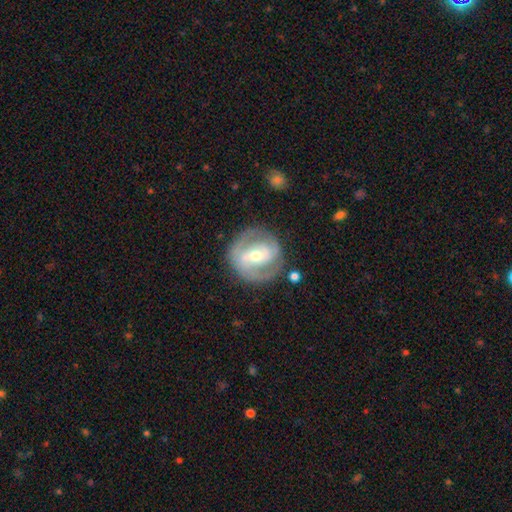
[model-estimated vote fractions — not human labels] smooth_or_featured: featured or disk (p=0.78) [alt: smooth p=0.17]
disk_edge_on: no (p=0.97) [alt: yes p=0.03]
bar: weak (p=0.38) [alt: no p=0.32]
has_spiral_arms: yes (p=0.84) [alt: no p=0.16]
spiral_winding: tight (p=0.46) [alt: medium p=0.40]
spiral_arm_count: 2 (p=0.76) [alt: can't tell p=0.11]
bulge_size: moderate (p=0.57) [alt: small p=0.38]
merging: none (p=0.78) [alt: minor disturbance p=0.13]